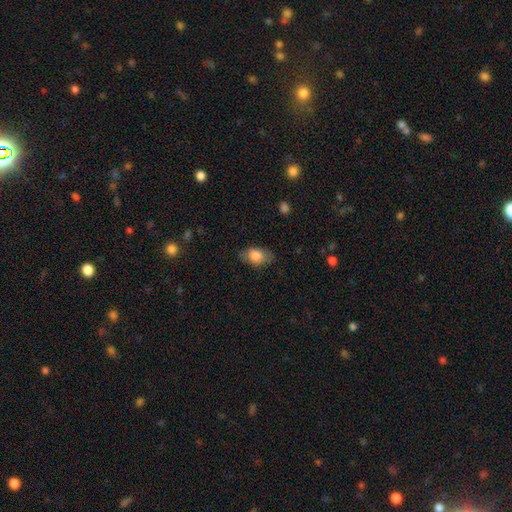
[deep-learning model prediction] Smooth or featured: smooth — 79% (featured or disk — 13%)
How rounded: in between — 86% (round — 12%)
Merging: none — 77% (minor disturbance — 18%)